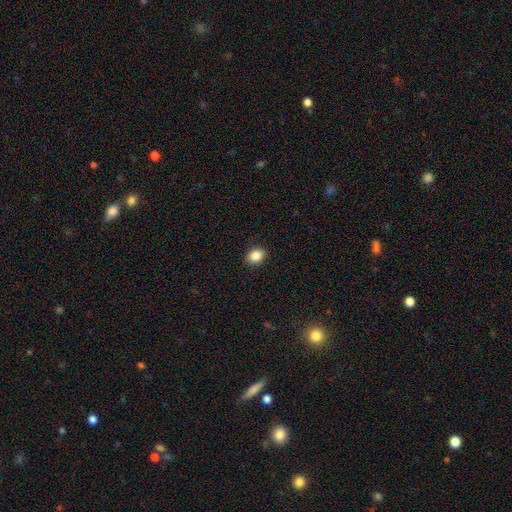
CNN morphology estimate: smooth-or-featured: smooth: 86% | star or artifact: 9% | featured or disk: 5%
  how-rounded: in between: 62% | round: 37% | cigar-shaped: 1%
  merging: none: 90% | minor disturbance: 7% | major disturbance: 2% | merger: 1%